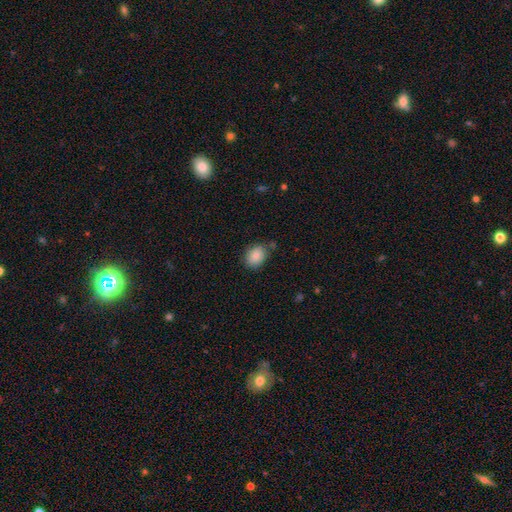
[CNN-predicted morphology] Smooth or featured? smooth (87%)
How rounded? in between (62%)
Merging? none (74%)